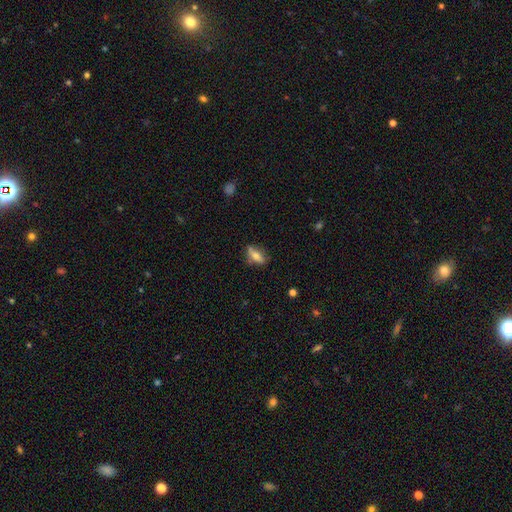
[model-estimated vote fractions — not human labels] A smooth galaxy with no disk features (66%) that is in between round and cigar-shaped (68%). Merging: none (72%).